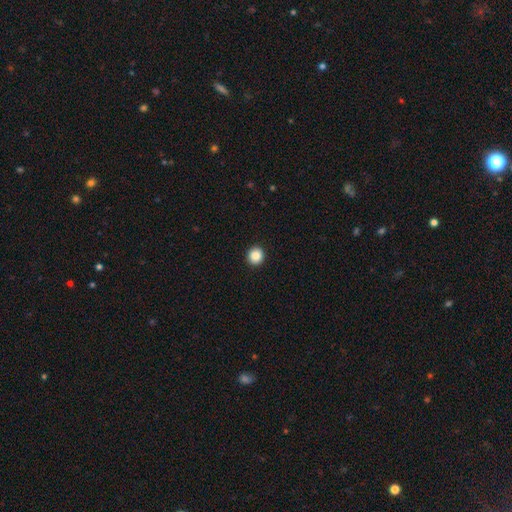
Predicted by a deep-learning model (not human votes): Smooth or featured? Predicted: smooth (p=0.87). How rounded? Predicted: round (p=0.91). Merging? Predicted: none (p=0.93).